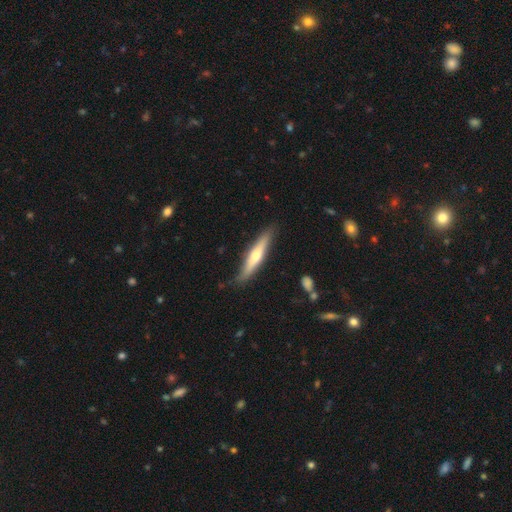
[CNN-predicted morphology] Overall: featured or disk (51%; smooth 44%). Edge-on disk: yes (92%). Merging: none (82%).